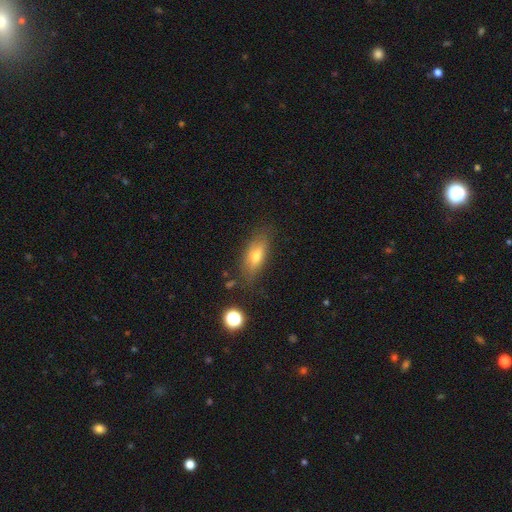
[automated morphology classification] smooth_or_featured: smooth (p=0.59) [alt: featured or disk p=0.31]
how_rounded: in between (p=0.68) [alt: cigar-shaped p=0.27]
merging: none (p=0.77) [alt: minor disturbance p=0.16]